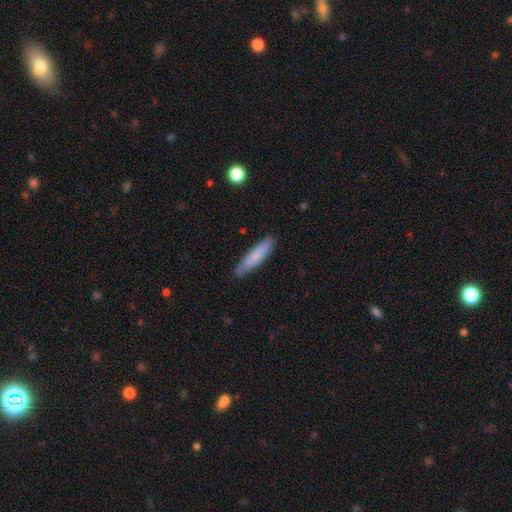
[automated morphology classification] This is likely a smooth galaxy (72%). How rounded: likely cigar-shaped (79%). Merging: clearly none (82%).